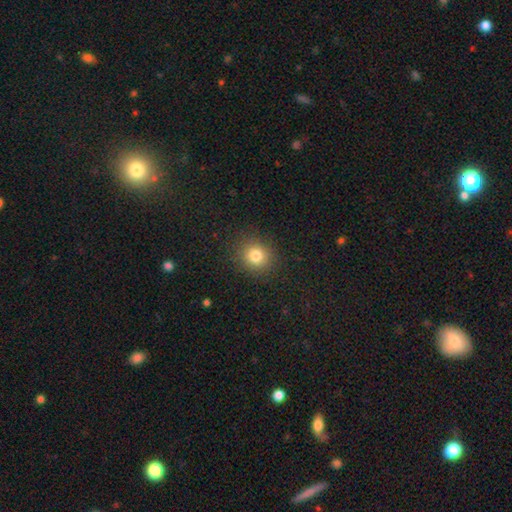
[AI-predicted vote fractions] Smooth or featured?
  - smooth: 80% *
  - star or artifact: 13%
  - featured or disk: 7%
How rounded?
  - round: 86% *
  - in between: 13%
  - cigar-shaped: 1%
Merging?
  - none: 89% *
  - minor disturbance: 7%
  - major disturbance: 3%
  - merger: 1%